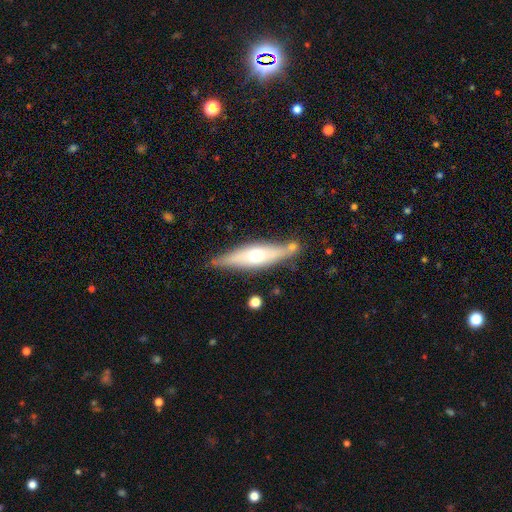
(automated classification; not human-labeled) This is possibly a featured or disk galaxy (58%). It is clearly viewed edge-on (85%). Merging: likely none (75%).